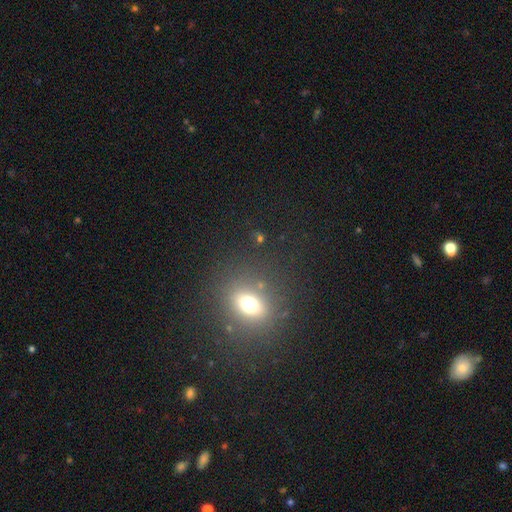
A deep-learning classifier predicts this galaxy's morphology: Smooth or featured? Predicted: smooth (p=0.51). How rounded? Predicted: round (p=0.61). Merging? Predicted: none (p=0.88).